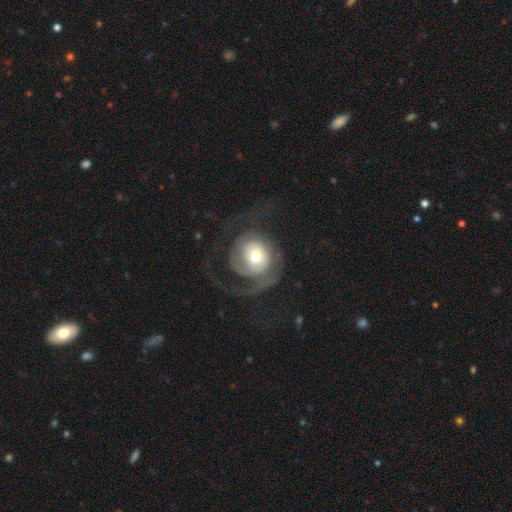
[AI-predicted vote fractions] A featured or disk galaxy (63%) with no bar (78%), spiral arms (77%) and a moderate central bulge (59%).

Vote fractions:
- Smooth or featured? featured or disk: 63% / smooth: 30% / star or artifact: 7%
- Edge-on disk? no: 97% / yes: 3%
- Bar? no: 78% / weak: 17% / strong: 5%
- Spiral arms? yes: 77% / no: 23%
- Bulge size? moderate: 59% / small: 23% / large: 13% / dominant: 3% / none: 1%
- Merging? major disturbance: 42% (tied) / none: 42% (tied) / minor disturbance: 14% / merger: 2%